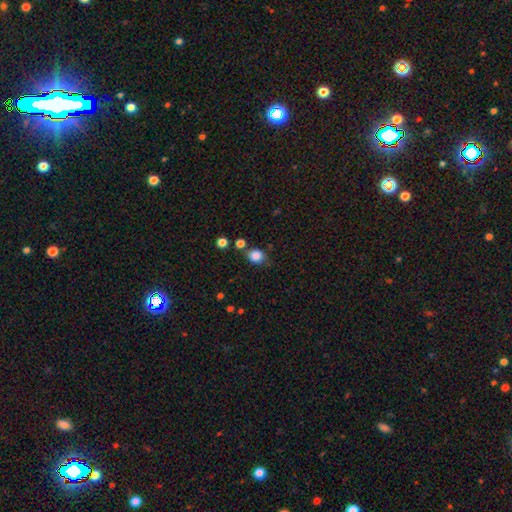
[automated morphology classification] Q: Smooth or featured?
A: smooth (85%); runner-up: star or artifact (10%)
Q: How rounded?
A: round (61%); runner-up: in between (37%)
Q: Merging?
A: none (69%); runner-up: minor disturbance (18%)